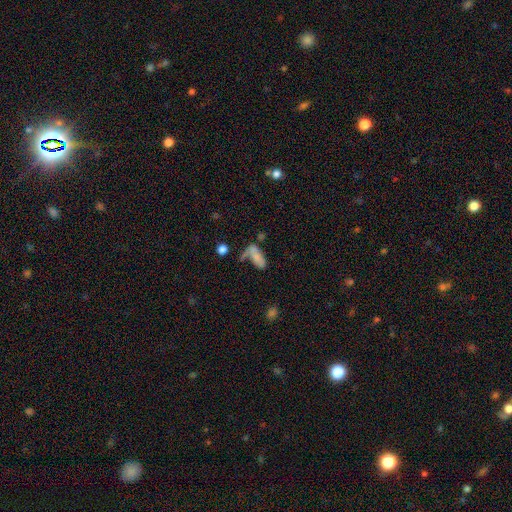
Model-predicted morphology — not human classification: smooth_or_featured: smooth (p=0.65) [alt: featured or disk p=0.23]
how_rounded: in between (p=0.76) [alt: cigar-shaped p=0.19]
merging: merger (p=0.29) [alt: none p=0.28]